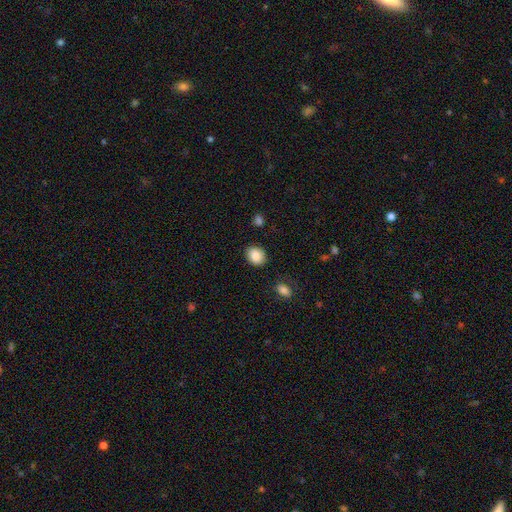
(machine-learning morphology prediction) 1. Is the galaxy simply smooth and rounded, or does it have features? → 88% smooth, 8% star or artifact, 4% featured or disk.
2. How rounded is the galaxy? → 50% in between, 49% round, 1% cigar-shaped.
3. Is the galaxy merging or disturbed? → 86% none, 9% minor disturbance, 3% major disturbance, 2% merger.